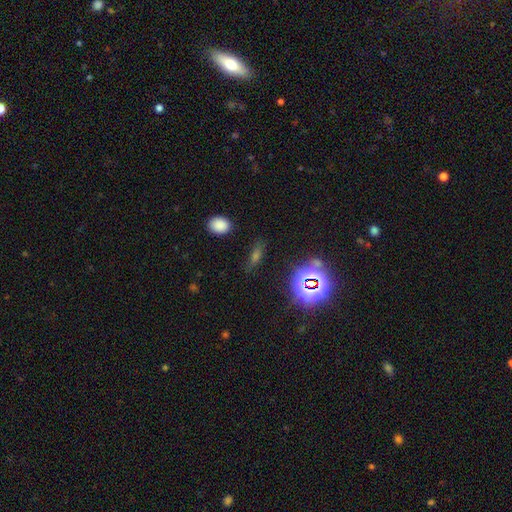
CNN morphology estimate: Q: Smooth or featured?
A: smooth (45%); runner-up: star or artifact (39%)
Q: Merging?
A: none (81%); runner-up: minor disturbance (12%)